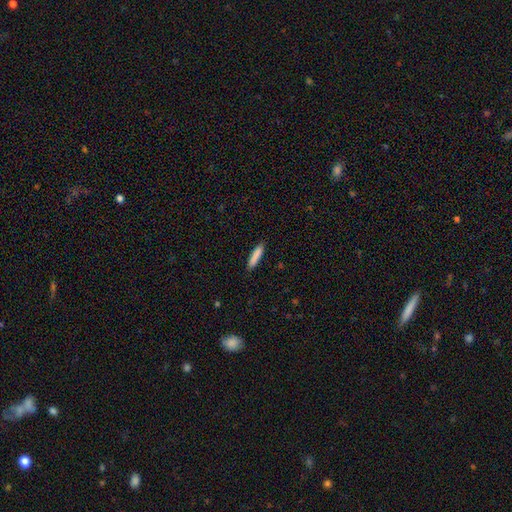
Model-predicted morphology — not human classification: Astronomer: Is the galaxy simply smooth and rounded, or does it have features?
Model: smooth — 86%.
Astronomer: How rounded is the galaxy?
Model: cigar-shaped — 86%.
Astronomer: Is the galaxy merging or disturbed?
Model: none — 88%.